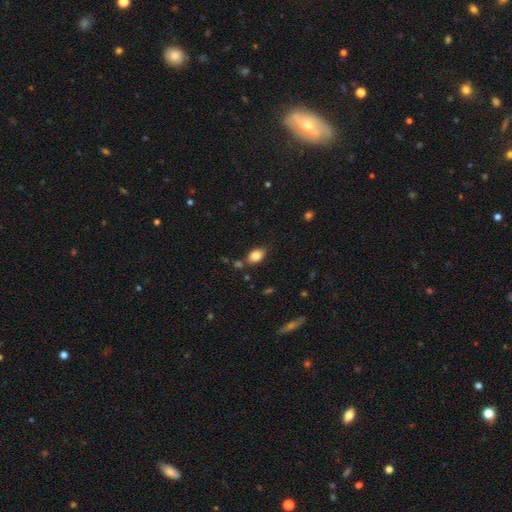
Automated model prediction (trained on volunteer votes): smooth_or_featured: smooth (p=0.84) [alt: star or artifact p=0.09]
how_rounded: in between (p=0.82) [alt: round p=0.16]
merging: none (p=0.70) [alt: minor disturbance p=0.18]